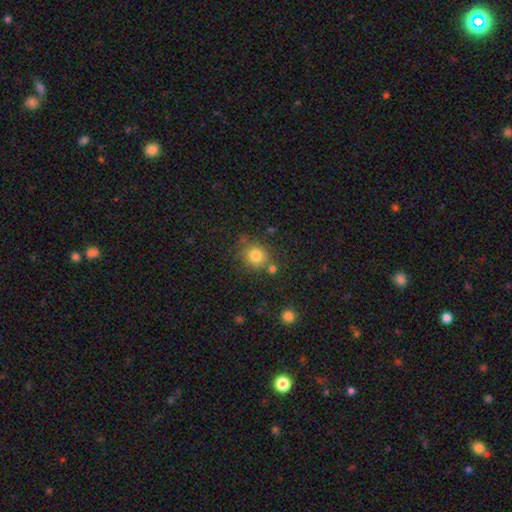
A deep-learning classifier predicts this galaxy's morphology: The model was most divided on "merging": none: 72%, minor disturbance: 13%, merger: 11%, major disturbance: 4%. More confident: how rounded — round (85%); smooth or featured — smooth (80%).